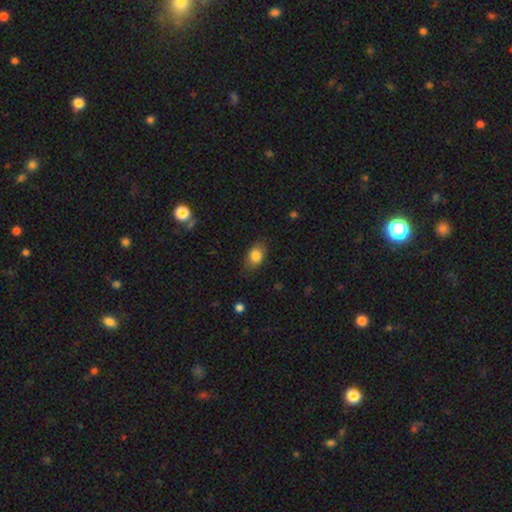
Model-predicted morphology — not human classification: The model was most divided on "merging": none: 78%, minor disturbance: 17%, major disturbance: 4%, merger: 1%. More confident: smooth or featured — smooth (82%); how rounded — in between (82%).